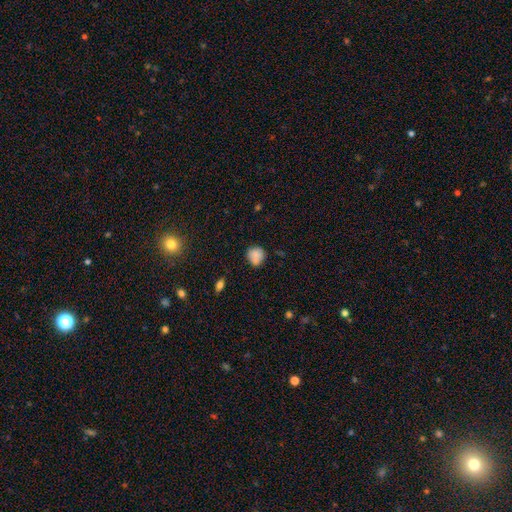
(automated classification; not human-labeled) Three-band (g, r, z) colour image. It shows a smooth galaxy with no disk features (83%) that is round (83%). Merging: none (70%).